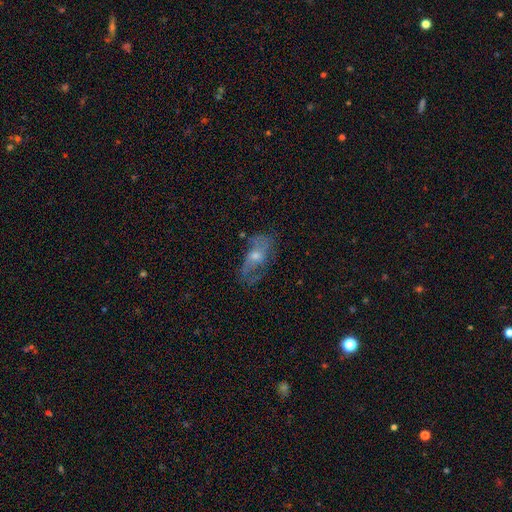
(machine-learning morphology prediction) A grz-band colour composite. It shows a featured or disk galaxy (65%) with no bar (63%), spiral arms (75%) and a moderate central bulge (55%). Merging: none (60%).